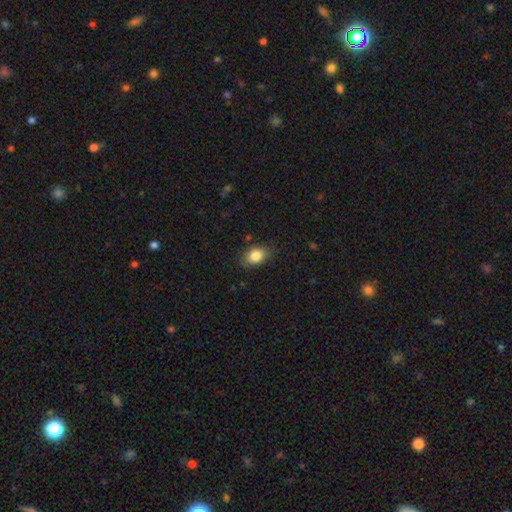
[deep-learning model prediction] smooth 84%, star or artifact 9%, featured or disk 7%. Down the decision tree: how rounded — in between (76%); merging — none (81%).